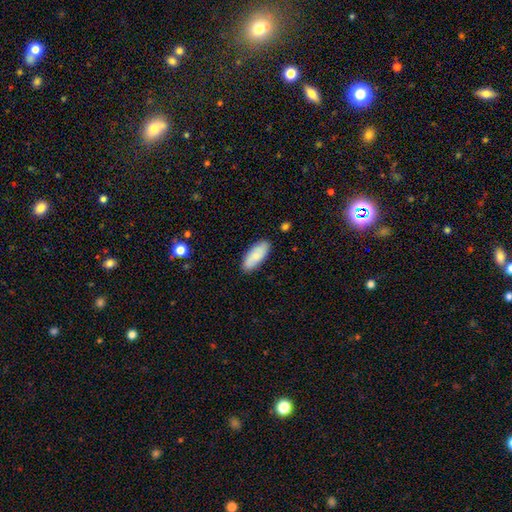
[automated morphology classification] type=smooth (85%); roundness=in between (79%); merging=none (87%).